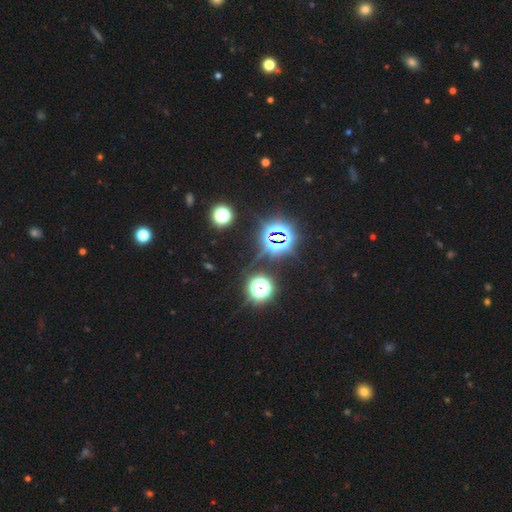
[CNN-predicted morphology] The model was most divided on "smooth or featured": star or artifact: 81%, smooth: 13%, featured or disk: 6%.